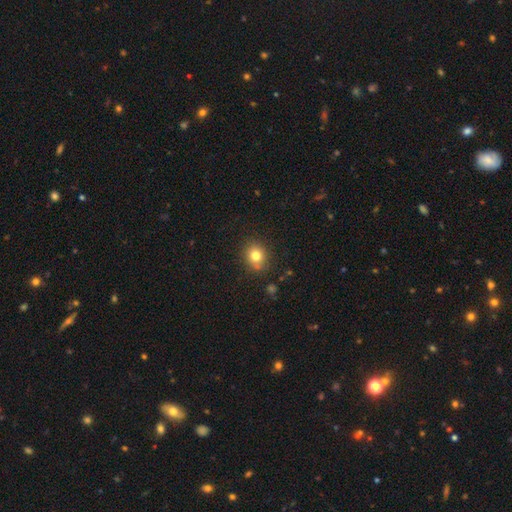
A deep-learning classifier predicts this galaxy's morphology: Smooth or featured: smooth — 79% (star or artifact — 12%)
How rounded: round — 75% (in between — 24%)
Merging: none — 82% (minor disturbance — 12%)